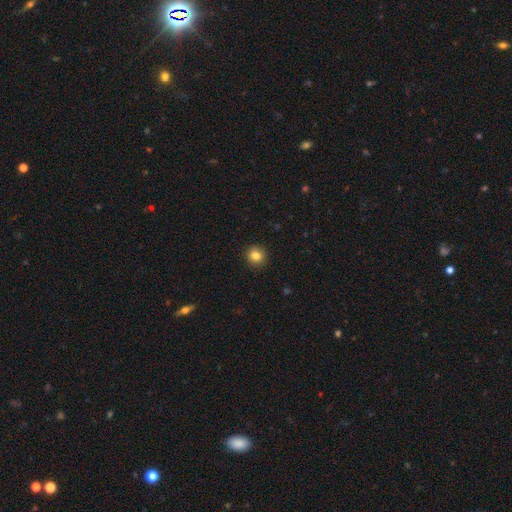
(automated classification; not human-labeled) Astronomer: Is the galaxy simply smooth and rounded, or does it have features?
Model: smooth — 84%.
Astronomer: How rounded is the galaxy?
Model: round — 90%.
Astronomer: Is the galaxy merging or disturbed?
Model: none — 92%.